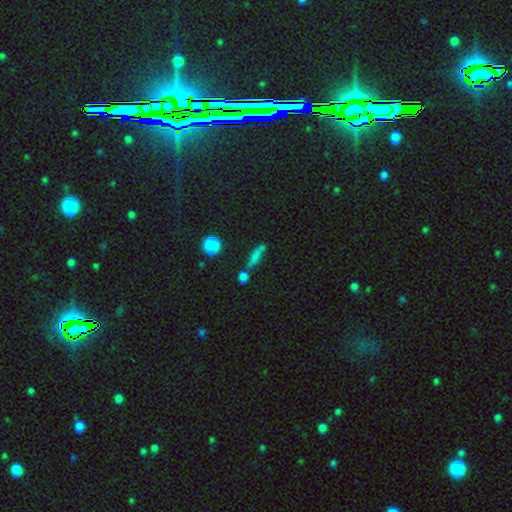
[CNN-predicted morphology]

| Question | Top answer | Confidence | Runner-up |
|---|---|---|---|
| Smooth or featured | smooth | 68% | featured or disk (16%) |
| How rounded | cigar-shaped | 69% | in between (24%) |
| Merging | none | 58% | merger (20%) |